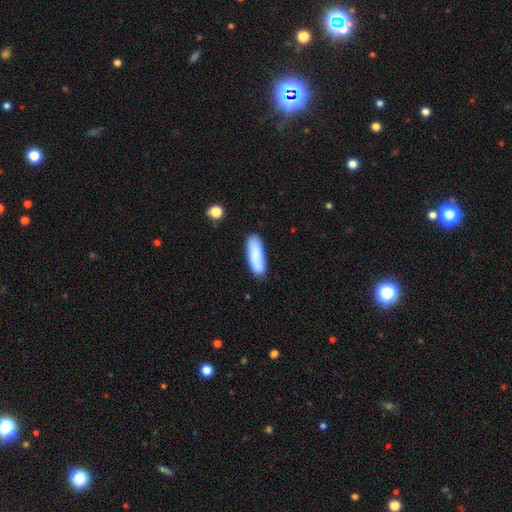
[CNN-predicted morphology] smooth 84%, featured or disk 9%, star or artifact 6%. Down the decision tree: how rounded — in between (50%); merging — none (81%).